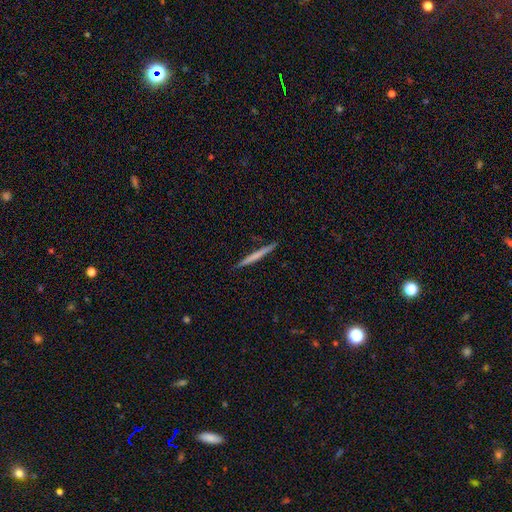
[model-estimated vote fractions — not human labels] Morphology: type=smooth (57%); roundness=cigar-shaped (97%); merging=none (91%).